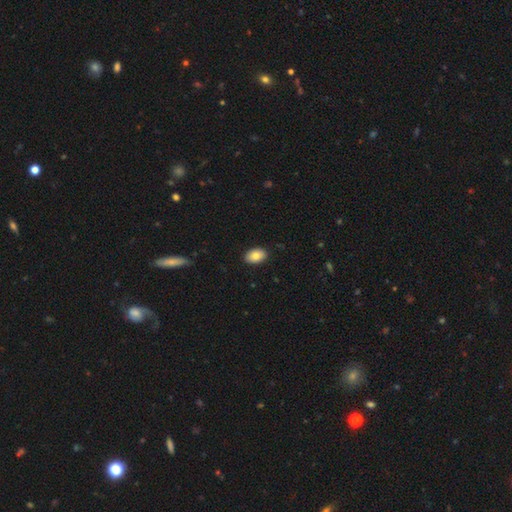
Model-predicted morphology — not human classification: A smooth galaxy with no disk features (83%) that is in between round and cigar-shaped (90%).

Vote fractions:
- Smooth or featured? smooth: 83% / featured or disk: 10% / star or artifact: 7%
- How rounded? in between: 90% / round: 9% / cigar-shaped: 1%
- Merging? none: 89% / minor disturbance: 8% / major disturbance: 2% / merger: 1%